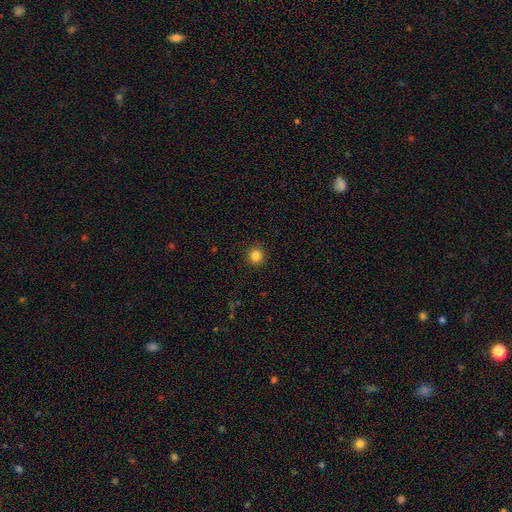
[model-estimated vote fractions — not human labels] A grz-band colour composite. It shows a smooth galaxy with no disk features (85%) that is round (93%). Merging: none (91%).